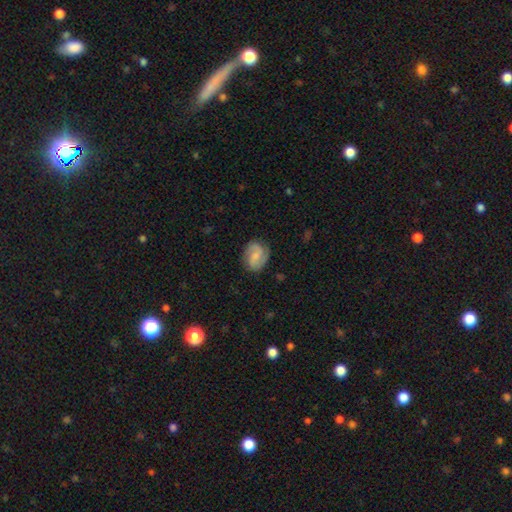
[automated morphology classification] smooth-or-featured: featured or disk: 63% | smooth: 30% | star or artifact: 7%
  disk-edge-on: no: 98% | yes: 2%
    bar: weak: 48% | no: 39% | strong: 13%
    has-spiral-arms: yes: 94% | no: 6%
      spiral-winding: medium: 48% | tight: 28% | loose: 24%
      spiral-arm-count: 2: 84% | can't tell: 7% | 3: 4% | 1: 3% | 4: 1% | more than 4: 1%
    bulge-size: small: 40% | none: 32% | moderate: 24% | large: 4% | dominant: 1%
  merging: none: 79% | minor disturbance: 15% | major disturbance: 5% | merger: 1%